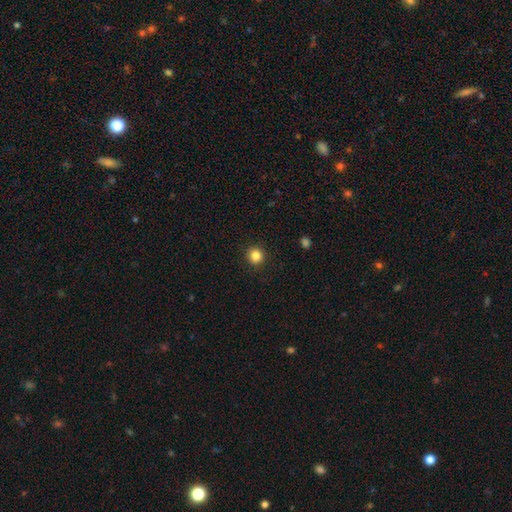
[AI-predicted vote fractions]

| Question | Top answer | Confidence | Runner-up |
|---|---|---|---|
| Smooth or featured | smooth | 84% | star or artifact (11%) |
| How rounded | round | 93% | in between (6%) |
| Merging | none | 93% | minor disturbance (5%) |